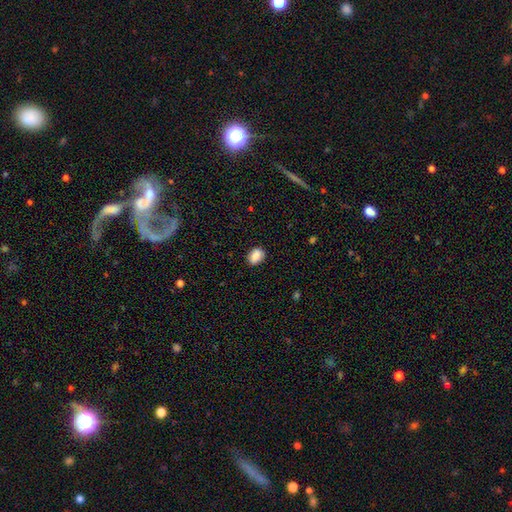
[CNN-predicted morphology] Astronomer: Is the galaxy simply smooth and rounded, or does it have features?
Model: smooth — 88%.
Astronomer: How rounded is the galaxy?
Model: in between — 76%.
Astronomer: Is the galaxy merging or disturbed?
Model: none — 86%.